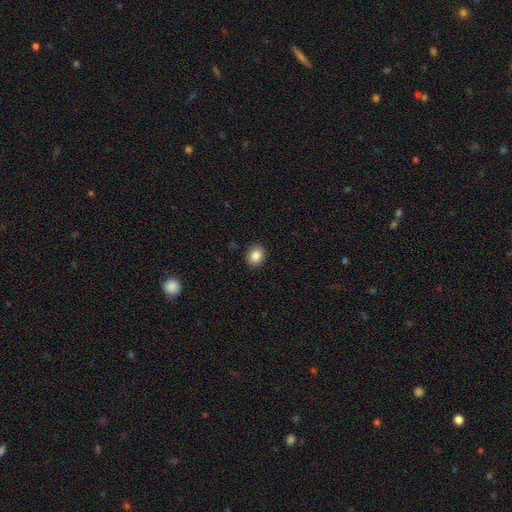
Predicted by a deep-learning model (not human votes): Morphology: type=smooth (86%); roundness=round (58%); merging=none (90%).